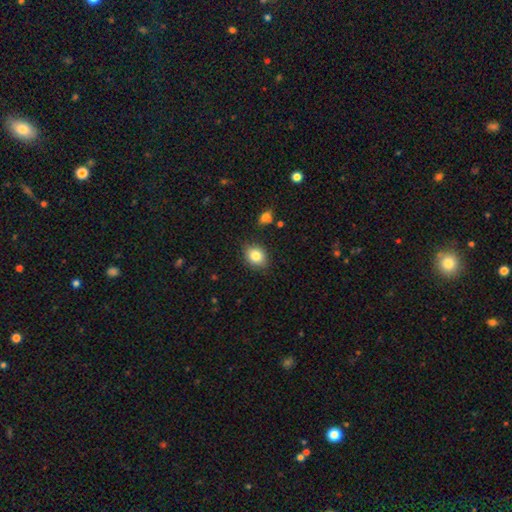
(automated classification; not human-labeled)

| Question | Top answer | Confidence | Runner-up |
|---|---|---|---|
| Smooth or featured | smooth | 83% | star or artifact (9%) |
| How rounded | in between | 53% | round (46%) |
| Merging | none | 84% | minor disturbance (12%) |